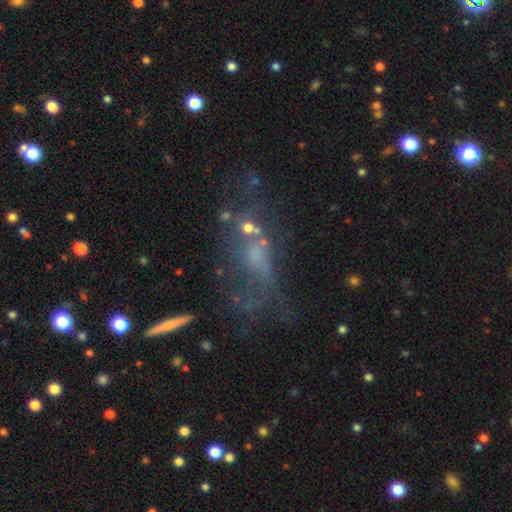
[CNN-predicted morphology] Overall: featured or disk (47%; smooth 32%). Merging: none (38%; major disturbance 32%).